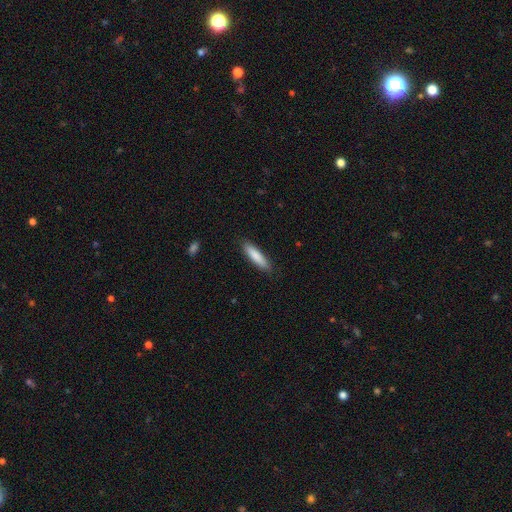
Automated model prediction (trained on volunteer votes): A smooth galaxy with no disk features (84%) that is cigar-shaped (76%).

Vote fractions:
- Smooth or featured? smooth: 84% / featured or disk: 10% / star or artifact: 5%
- How rounded? cigar-shaped: 76% / in between: 22% / round: 1%
- Merging? none: 87% / minor disturbance: 10% / major disturbance: 2% / merger: 1%